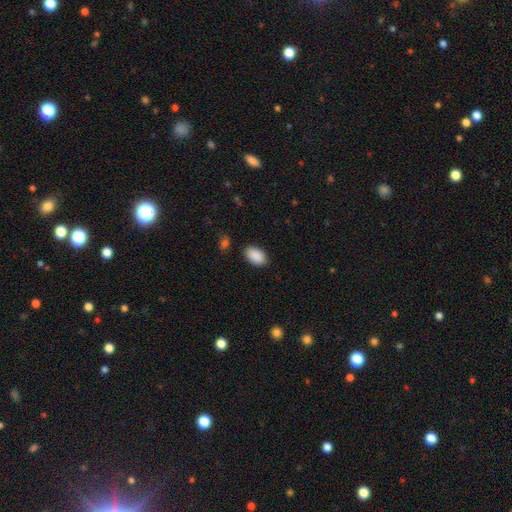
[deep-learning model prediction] Smooth or featured?
  - smooth: 91% *
  - star or artifact: 7%
  - featured or disk: 3%
How rounded?
  - in between: 92% *
  - round: 7%
  - cigar-shaped: 1%
Merging?
  - none: 87% *
  - minor disturbance: 9%
  - major disturbance: 2%
  - merger: 2%